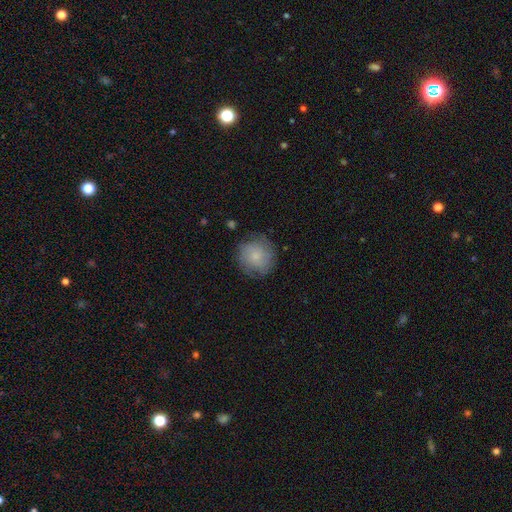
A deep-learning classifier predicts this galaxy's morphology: Smooth or featured? Predicted: smooth (p=0.70). How rounded? Predicted: round (p=0.91). Merging? Predicted: none (p=0.76).